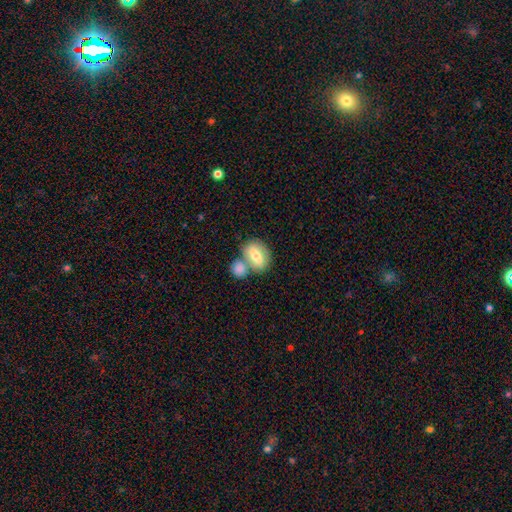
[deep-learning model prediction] Q: Smooth or featured?
A: smooth (64%); runner-up: featured or disk (30%)
Q: How rounded?
A: in between (72%); runner-up: round (25%)
Q: Merging?
A: merger (46%); runner-up: none (40%)